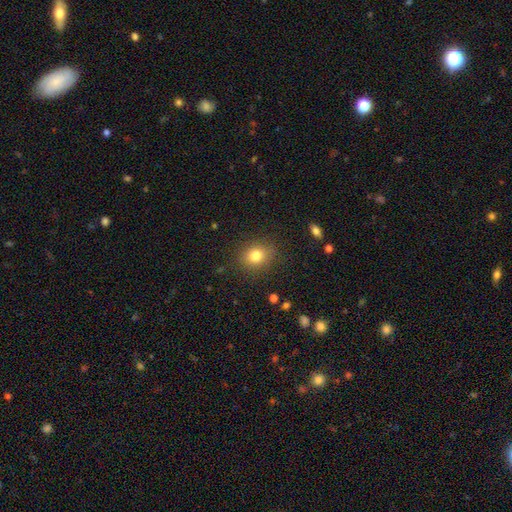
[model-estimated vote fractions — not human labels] The model was most divided on "how rounded": round: 67%, in between: 32%, cigar-shaped: 1%. More confident: merging — none (86%); smooth or featured — smooth (80%).